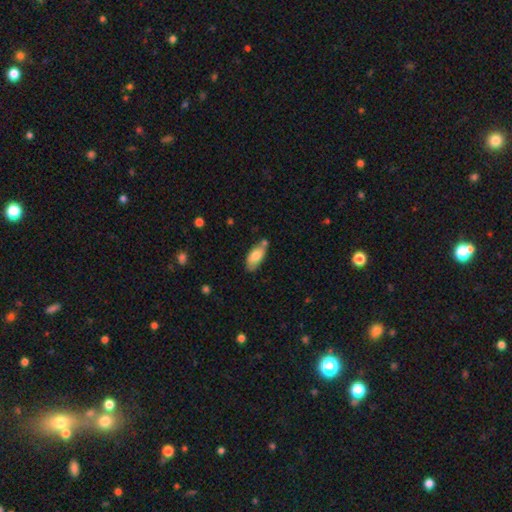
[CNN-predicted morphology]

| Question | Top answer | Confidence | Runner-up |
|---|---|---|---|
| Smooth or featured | smooth | 74% | featured or disk (20%) |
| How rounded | in between | 87% | cigar-shaped (11%) |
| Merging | none | 63% | minor disturbance (21%) |